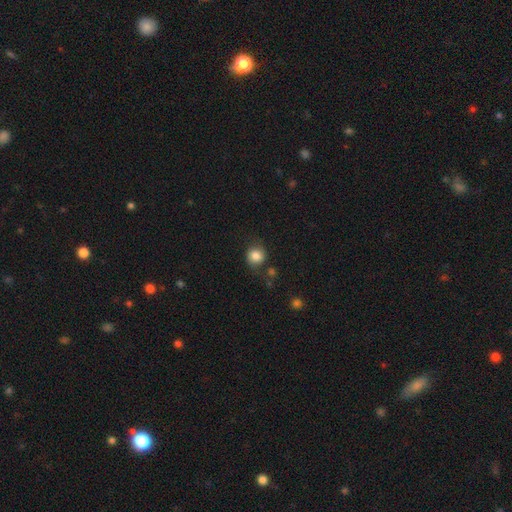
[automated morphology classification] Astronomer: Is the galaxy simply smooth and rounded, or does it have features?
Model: smooth — 81%.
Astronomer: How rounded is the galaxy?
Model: round — 81%.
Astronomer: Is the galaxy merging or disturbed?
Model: none — 70%.